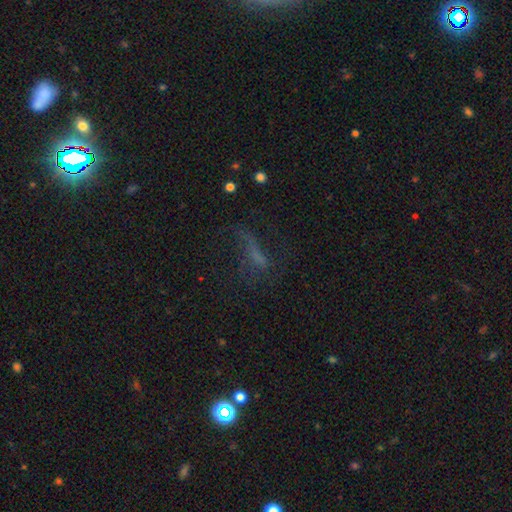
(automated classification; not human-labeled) Smooth or featured?
  - smooth: 41% *
  - featured or disk: 33%
  - star or artifact: 26%
Merging?
  - none: 44% *
  - major disturbance: 31%
  - minor disturbance: 21%
  - merger: 4%